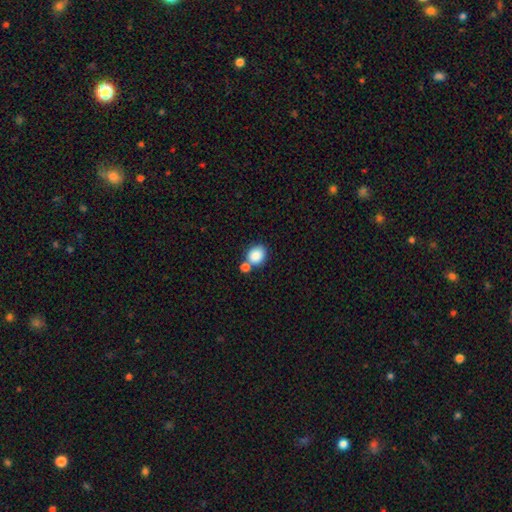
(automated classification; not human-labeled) Smooth or featured? Predicted: smooth (p=0.86). How rounded? Predicted: round (p=0.63). Merging? Predicted: none (p=0.53).